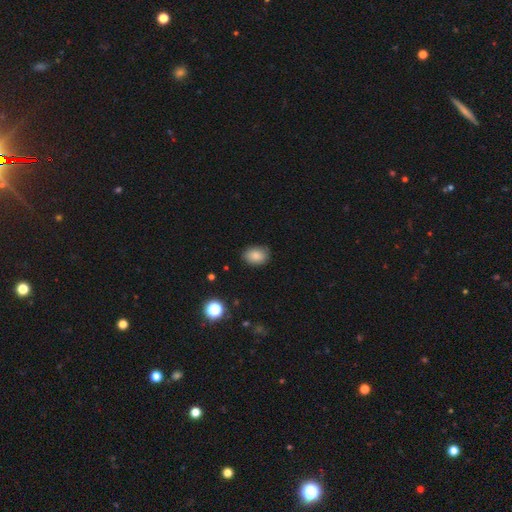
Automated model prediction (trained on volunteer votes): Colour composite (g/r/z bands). It shows a smooth galaxy with no disk features (86%) that is in between round and cigar-shaped (74%). Merging: none (83%).